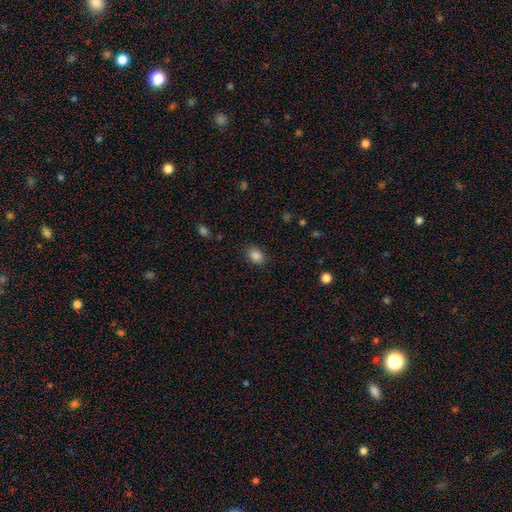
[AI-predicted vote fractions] A smooth galaxy with no disk features (86%) that is in between round and cigar-shaped (65%). Merging: none (85%).